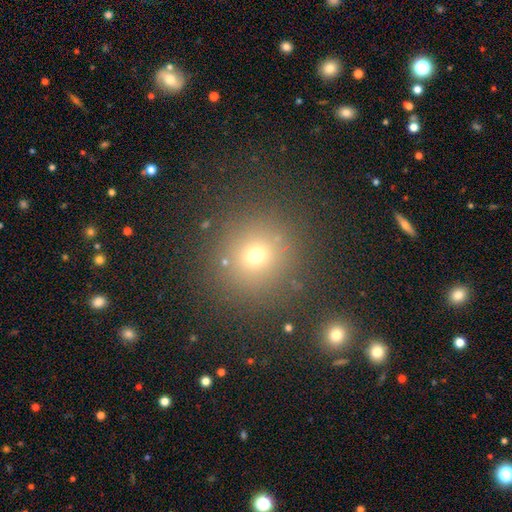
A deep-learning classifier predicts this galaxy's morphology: Smooth or featured? Predicted: smooth (p=0.66). How rounded? Predicted: round (p=0.91). Merging? Predicted: none (p=0.86).